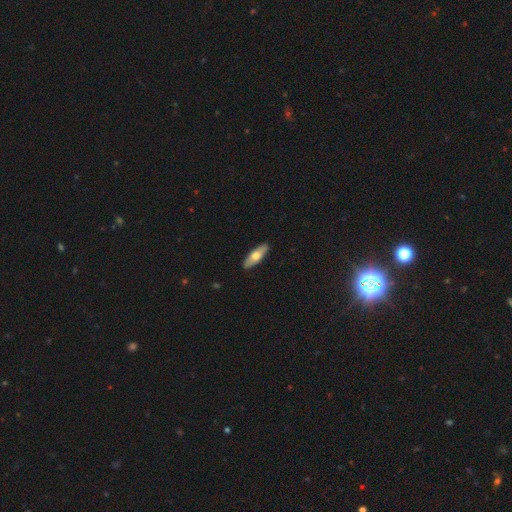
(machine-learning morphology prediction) Overall: smooth (60%; featured or disk 35%). How rounded: in between (58%; cigar-shaped 40%). Merging: none (89%).